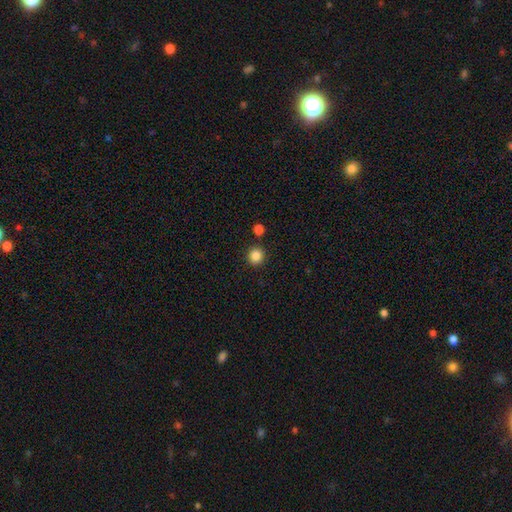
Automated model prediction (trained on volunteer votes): This is clearly a smooth galaxy (86%). How rounded: clearly round (93%). Merging: clearly none (89%).